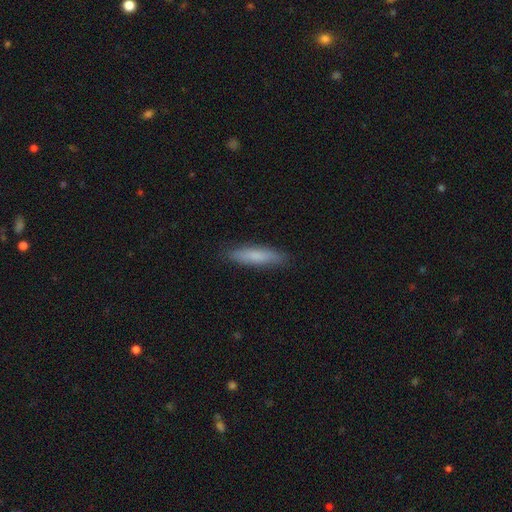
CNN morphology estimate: A smooth galaxy with no disk features (78%) that is cigar-shaped (79%).

Vote fractions:
- Smooth or featured? smooth: 78% / featured or disk: 16% / star or artifact: 6%
- How rounded? cigar-shaped: 79% / in between: 20% / round: 1%
- Merging? none: 87% / minor disturbance: 10% / major disturbance: 2% / merger: 1%